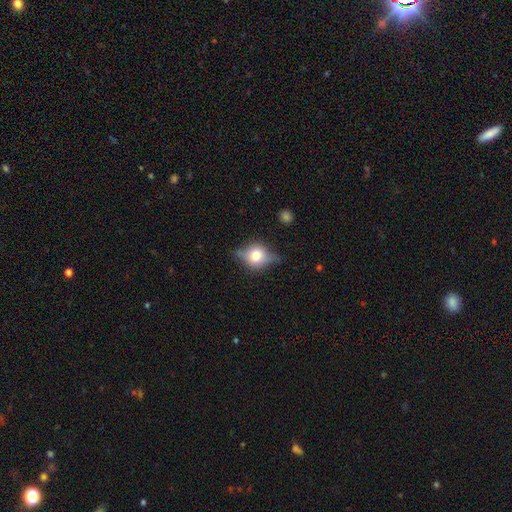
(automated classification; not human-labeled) smooth_or_featured: smooth (p=0.47) [alt: featured or disk p=0.42]
merging: none (p=0.69) [alt: minor disturbance p=0.22]